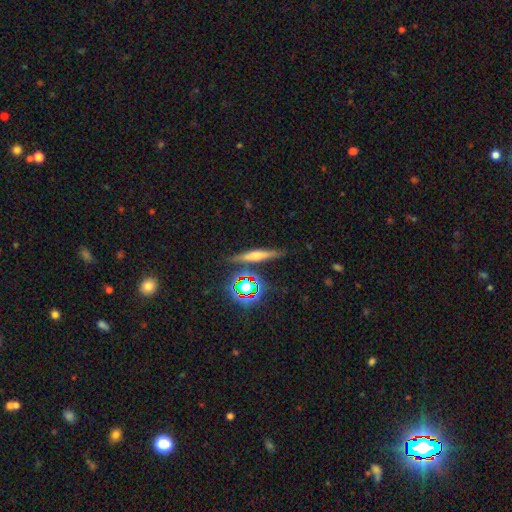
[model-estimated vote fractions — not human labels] Smooth or featured: featured or disk — 45% (smooth — 35%)
Merging: none — 81% (minor disturbance — 11%)